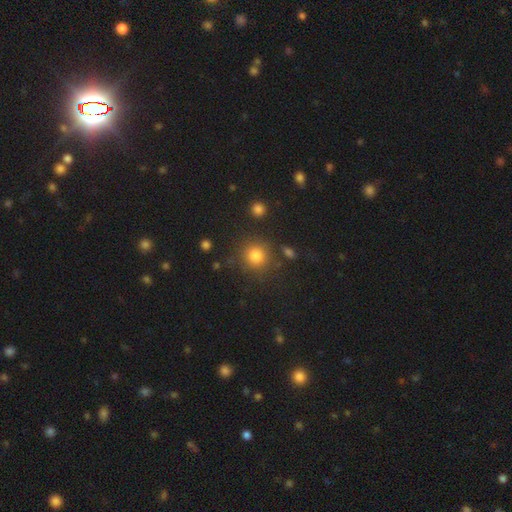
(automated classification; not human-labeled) Smooth or featured?
  - smooth: 81% *
  - star or artifact: 13%
  - featured or disk: 6%
How rounded?
  - round: 92% *
  - in between: 7%
  - cigar-shaped: 1%
Merging?
  - none: 82% *
  - minor disturbance: 9%
  - merger: 5%
  - major disturbance: 4%